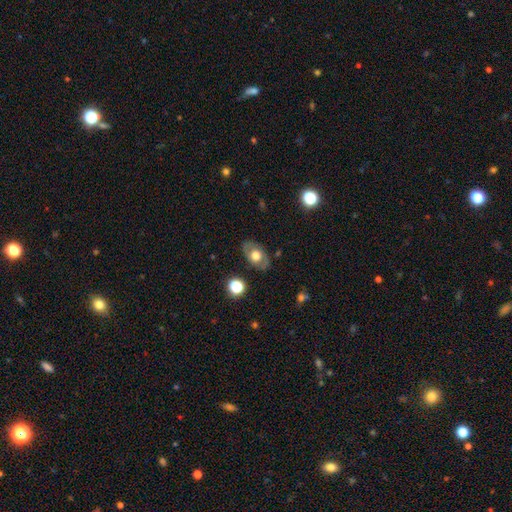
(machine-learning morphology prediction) Smooth or featured: smooth — 50% (featured or disk — 41%)
How rounded: in between — 79% (round — 19%)
Merging: none — 81% (minor disturbance — 14%)